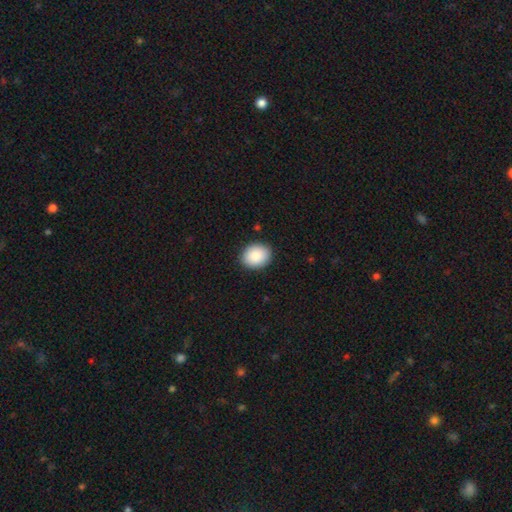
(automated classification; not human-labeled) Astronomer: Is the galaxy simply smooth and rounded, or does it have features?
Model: smooth — 88%.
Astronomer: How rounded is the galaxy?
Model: round — 50% (runner-up: in between, 49%).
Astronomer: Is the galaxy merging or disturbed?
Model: none — 89%.